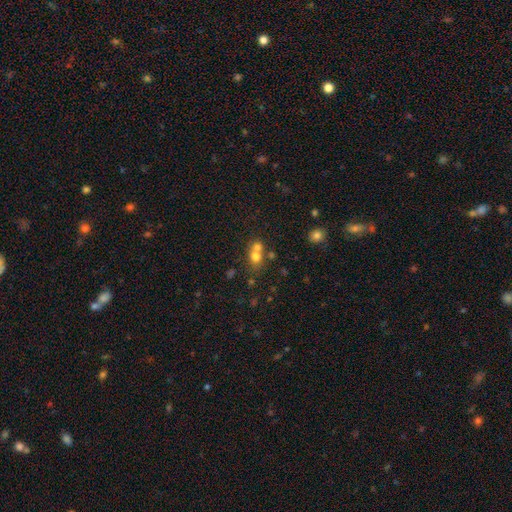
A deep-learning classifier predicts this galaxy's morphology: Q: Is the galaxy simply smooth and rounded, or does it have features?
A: smooth — 71%.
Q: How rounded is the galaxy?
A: round — 71%.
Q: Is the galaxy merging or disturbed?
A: merger — 56%.